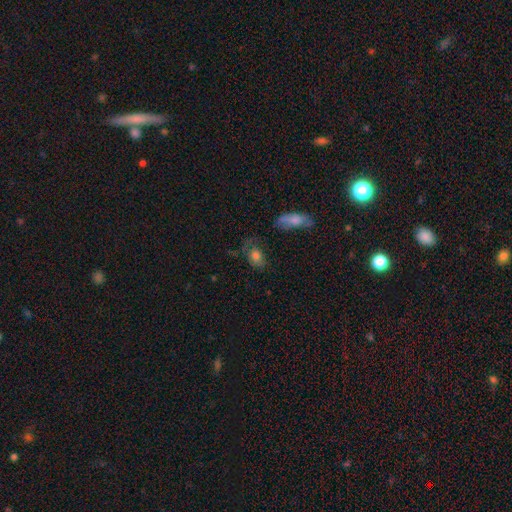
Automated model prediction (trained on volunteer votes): Smooth or featured? Predicted: smooth (p=0.70). How rounded? Predicted: in between (p=0.72). Merging? Predicted: none (p=0.52).